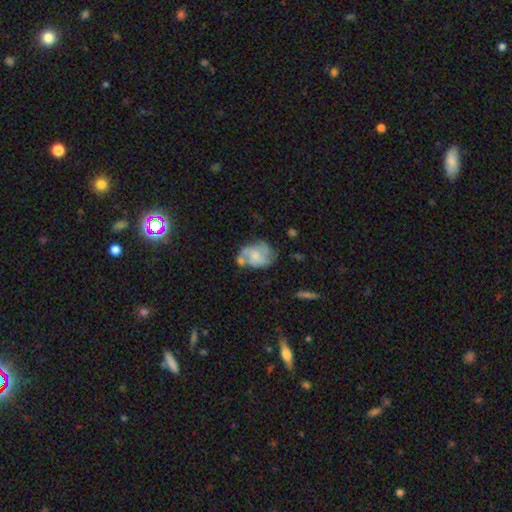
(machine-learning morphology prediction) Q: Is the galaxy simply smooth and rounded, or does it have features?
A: featured or disk — 62%.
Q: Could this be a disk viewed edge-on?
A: no — 98%.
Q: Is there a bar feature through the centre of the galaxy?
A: no — 71%.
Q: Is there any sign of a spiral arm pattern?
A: yes — 75%.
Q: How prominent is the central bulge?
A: small — 40%.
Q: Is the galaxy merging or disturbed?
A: none — 46%.